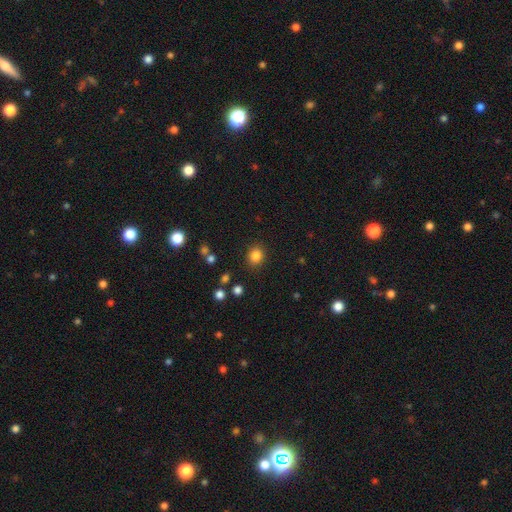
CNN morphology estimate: smooth 84%, star or artifact 11%, featured or disk 5%. Down the decision tree: how rounded — round (68%); merging — none (88%).